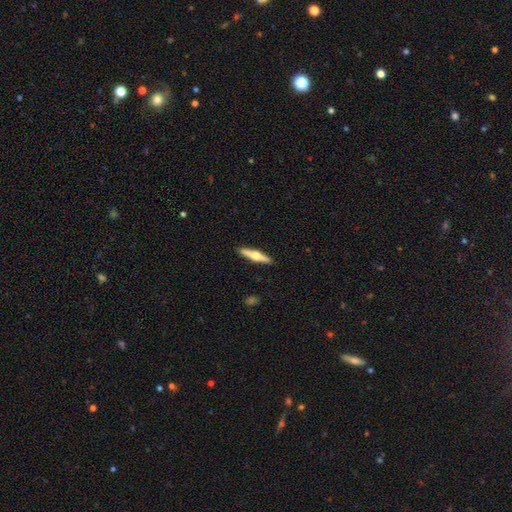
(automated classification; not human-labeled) Smooth or featured? Predicted: featured or disk (p=0.59). Edge-on disk? Predicted: yes (p=0.97). Edge-on bulge? Predicted: rounded (p=0.94). Merging? Predicted: none (p=0.91).